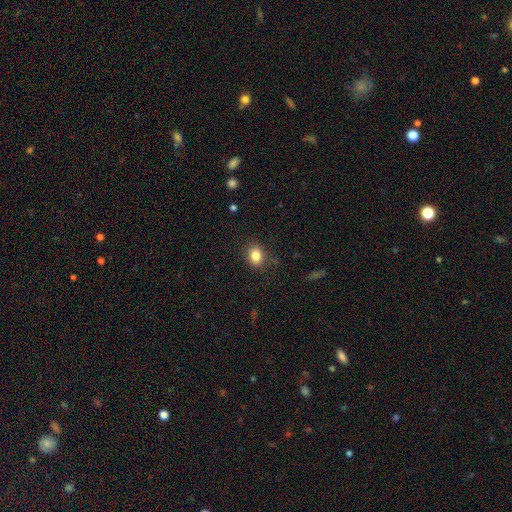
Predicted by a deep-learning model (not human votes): Smooth or featured?
  - smooth: 83% *
  - star or artifact: 11%
  - featured or disk: 6%
How rounded?
  - in between: 51% *
  - round: 48%
  - cigar-shaped: 1%
Merging?
  - none: 84% *
  - minor disturbance: 12%
  - major disturbance: 3%
  - merger: 1%